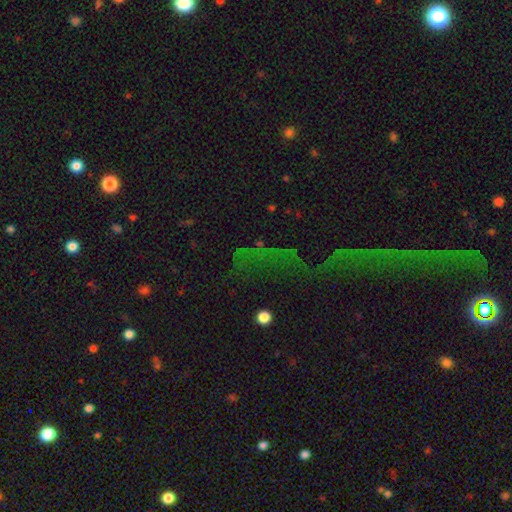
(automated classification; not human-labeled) Smooth or featured?
  - star or artifact: 73% *
  - smooth: 14%
  - featured or disk: 13%